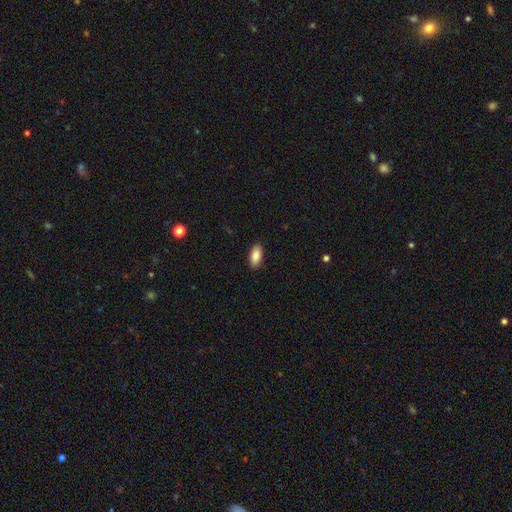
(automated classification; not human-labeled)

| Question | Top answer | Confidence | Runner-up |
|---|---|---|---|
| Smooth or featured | smooth | 87% | featured or disk (7%) |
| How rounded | in between | 89% | cigar-shaped (8%) |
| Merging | none | 90% | minor disturbance (8%) |